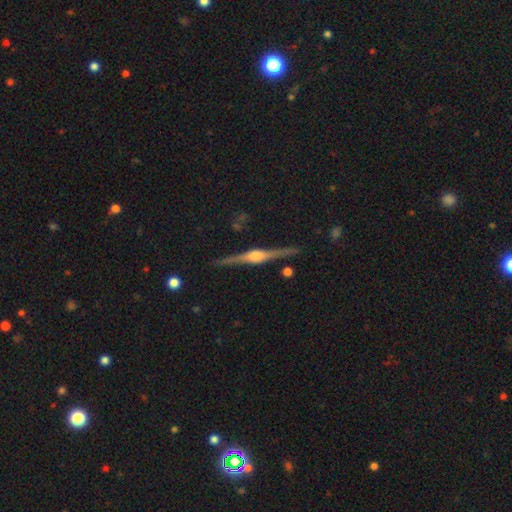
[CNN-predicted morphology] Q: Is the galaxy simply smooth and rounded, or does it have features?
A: featured or disk — 87%.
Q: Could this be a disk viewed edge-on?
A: yes — 98%.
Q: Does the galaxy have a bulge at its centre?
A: rounded — 88%.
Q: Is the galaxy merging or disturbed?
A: none — 90%.